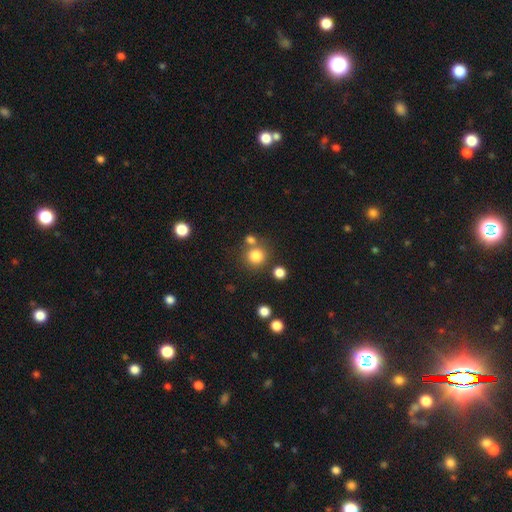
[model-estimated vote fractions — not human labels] A smooth galaxy with no disk features (81%) that is round (90%).

Vote fractions:
- Smooth or featured? smooth: 81% / star or artifact: 13% / featured or disk: 6%
- How rounded? round: 90% / in between: 9% / cigar-shaped: 1%
- Merging? none: 70% / merger: 18% / minor disturbance: 9% / major disturbance: 4%